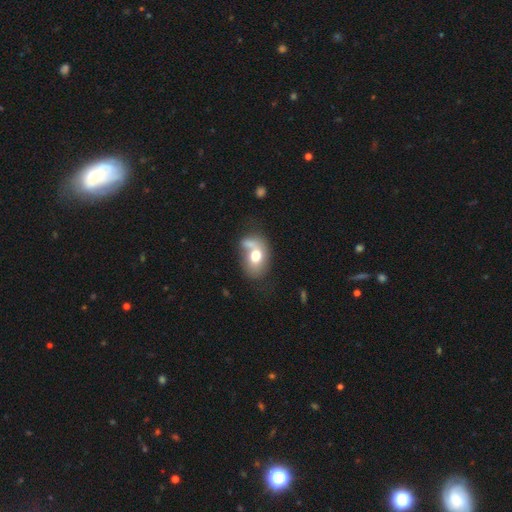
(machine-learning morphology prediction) A smooth galaxy with no disk features (66%) that is in between round and cigar-shaped (72%). Merging: merger (32%, tied with none).